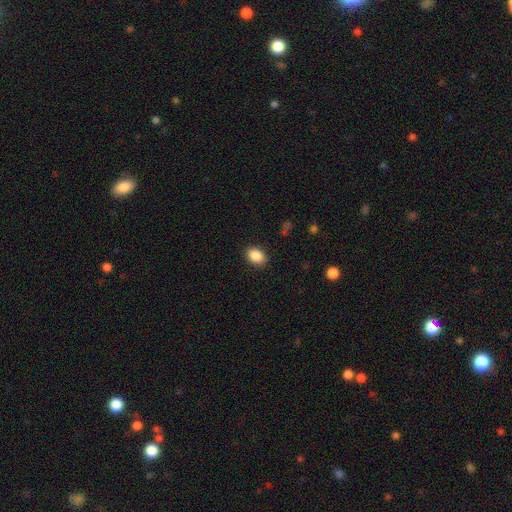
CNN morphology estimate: smooth_or_featured: smooth (p=0.88) [alt: star or artifact p=0.08]
how_rounded: in between (p=0.74) [alt: round p=0.25]
merging: none (p=0.89) [alt: minor disturbance p=0.07]